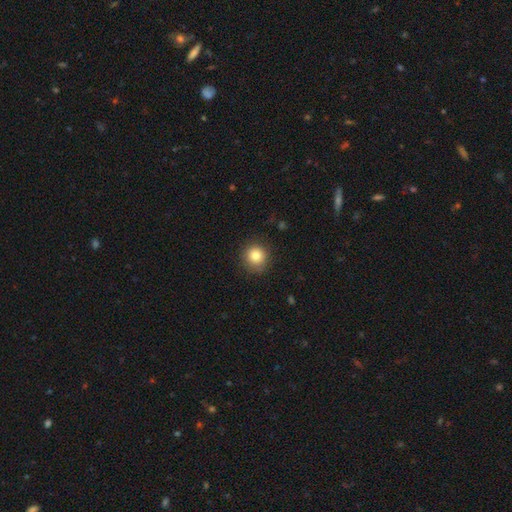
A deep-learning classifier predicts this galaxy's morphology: Smooth or featured: smooth — 82% (star or artifact — 10%)
How rounded: round — 92% (in between — 7%)
Merging: none — 87% (minor disturbance — 9%)